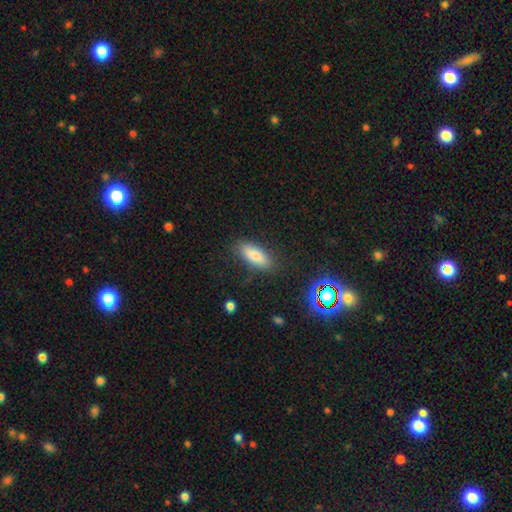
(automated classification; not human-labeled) smooth_or_featured: smooth (p=0.74) [alt: star or artifact p=0.14]
how_rounded: in between (p=0.70) [alt: cigar-shaped p=0.27]
merging: none (p=0.83) [alt: minor disturbance p=0.12]